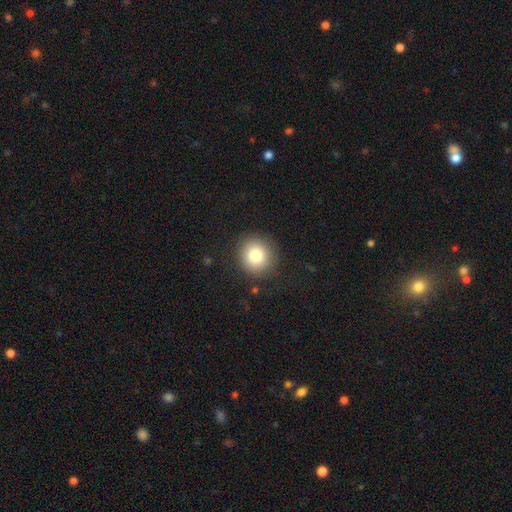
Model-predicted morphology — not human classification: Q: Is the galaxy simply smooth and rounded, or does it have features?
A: smooth — 81%.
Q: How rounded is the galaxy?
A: round — 93%.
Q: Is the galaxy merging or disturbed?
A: none — 88%.